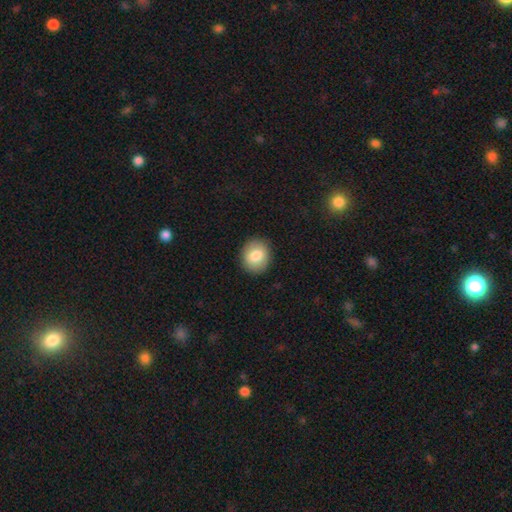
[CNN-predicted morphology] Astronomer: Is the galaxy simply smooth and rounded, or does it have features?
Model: smooth — 82%.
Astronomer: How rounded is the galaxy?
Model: round — 69%.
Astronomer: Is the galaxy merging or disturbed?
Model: none — 90%.